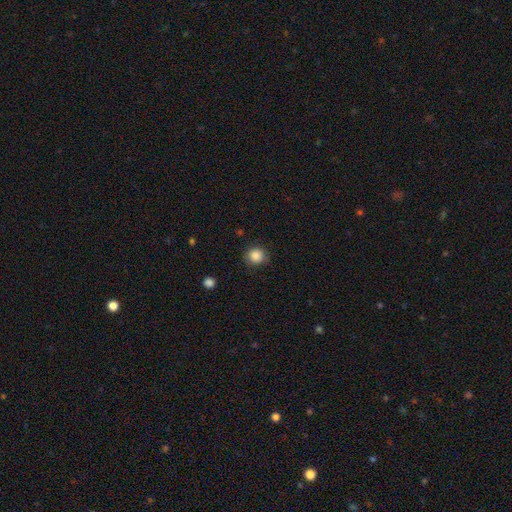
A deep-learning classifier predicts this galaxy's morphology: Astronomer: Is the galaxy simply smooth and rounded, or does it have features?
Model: smooth — 86%.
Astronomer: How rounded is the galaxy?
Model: round — 88%.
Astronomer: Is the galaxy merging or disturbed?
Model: none — 82%.